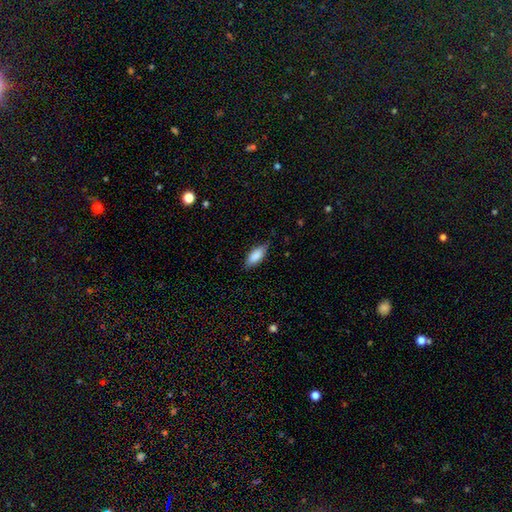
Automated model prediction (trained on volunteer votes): smooth-or-featured: smooth: 87% | featured or disk: 8% | star or artifact: 6%
  how-rounded: in between: 82% | cigar-shaped: 16% | round: 2%
  merging: none: 79% | minor disturbance: 17% | major disturbance: 3% | merger: 1%